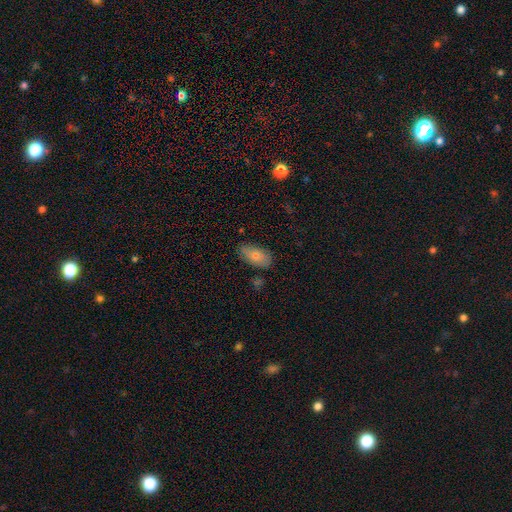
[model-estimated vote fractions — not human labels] This appears to be a smooth galaxy with no disk features (75%) that is in between round and cigar-shaped (92%). Merging: none (78%).